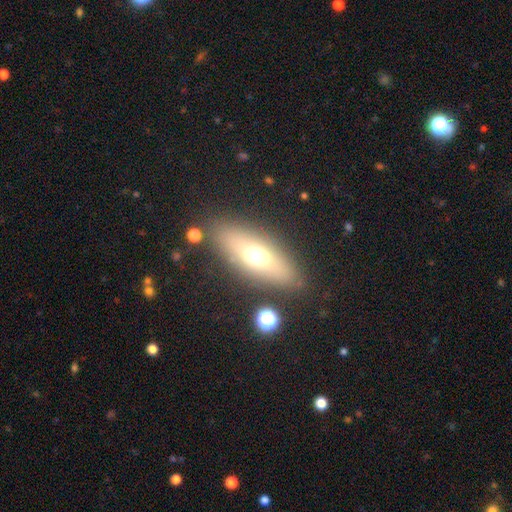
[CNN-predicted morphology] This is possibly a smooth galaxy (57%). How rounded: possibly in between (59%). Merging: clearly none (83%).